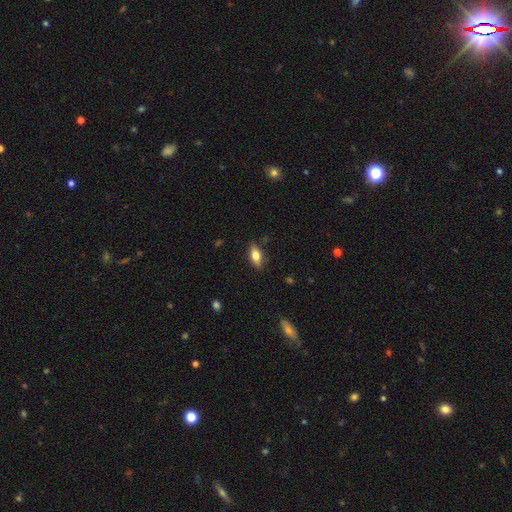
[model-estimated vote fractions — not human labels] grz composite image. It shows a smooth galaxy with no disk features (66%) that is in between round and cigar-shaped (79%). Merging: none (82%).